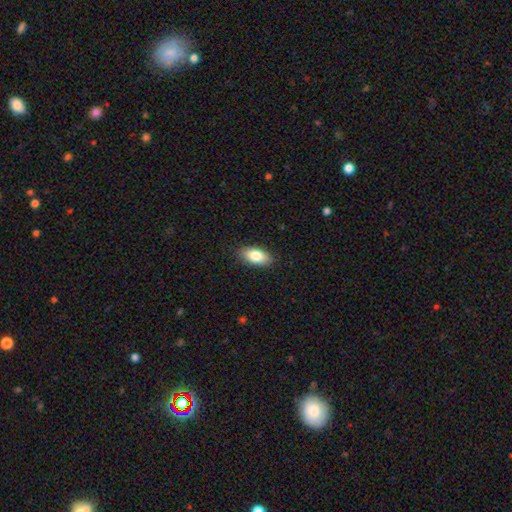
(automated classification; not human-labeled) Q: Smooth or featured?
A: smooth (83%); runner-up: featured or disk (10%)
Q: How rounded?
A: in between (90%); runner-up: cigar-shaped (6%)
Q: Merging?
A: none (88%); runner-up: minor disturbance (9%)